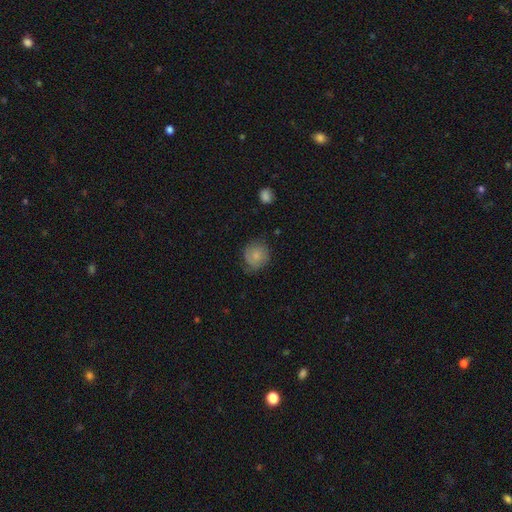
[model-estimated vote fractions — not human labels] The model was most divided on "merging": none: 64%, minor disturbance: 27%, major disturbance: 8%, merger: 2%. More confident: how rounded — round (83%); smooth or featured — smooth (69%).